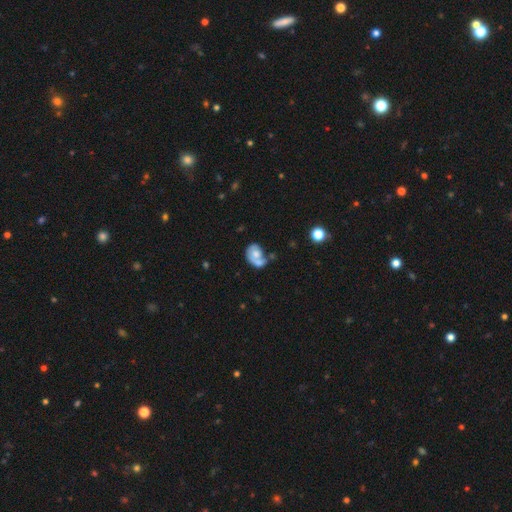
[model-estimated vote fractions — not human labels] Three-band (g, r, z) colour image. It shows a smooth galaxy with no disk features (53%) that is in between round and cigar-shaped (62%). Merging: merger (48%).